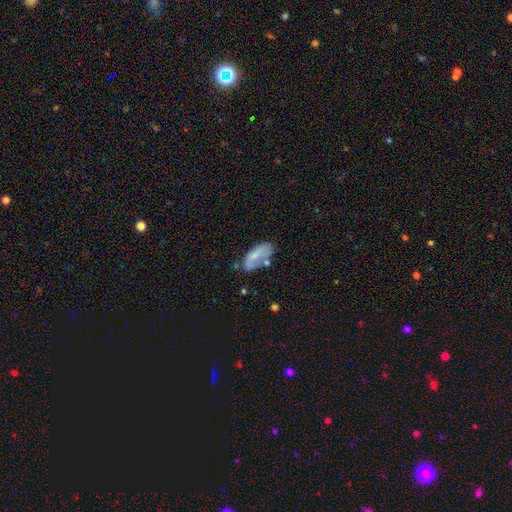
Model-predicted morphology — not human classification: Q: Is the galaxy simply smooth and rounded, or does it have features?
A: smooth — 58%.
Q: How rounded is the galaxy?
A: in between — 87%.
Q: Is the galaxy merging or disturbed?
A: none — 45%.